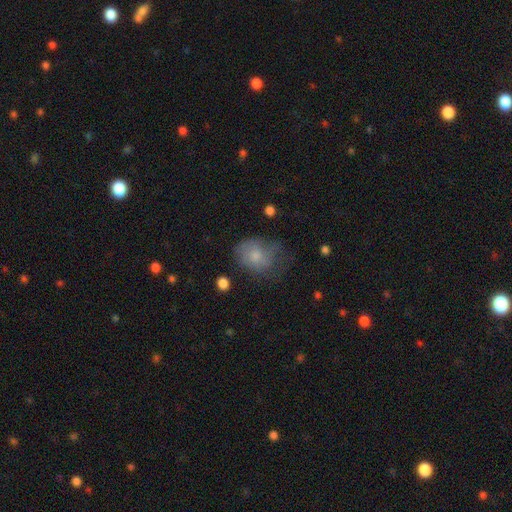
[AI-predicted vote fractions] Smooth or featured: smooth — 71% (featured or disk — 20%)
How rounded: in between — 51% (round — 48%)
Merging: none — 40% (minor disturbance — 33%)